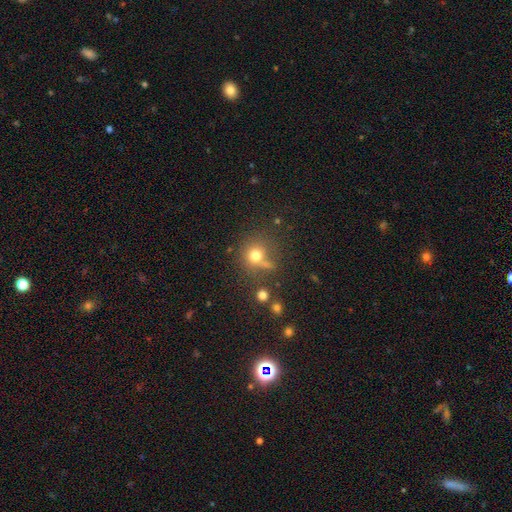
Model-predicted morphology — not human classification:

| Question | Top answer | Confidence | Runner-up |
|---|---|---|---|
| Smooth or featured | smooth | 74% | star or artifact (17%) |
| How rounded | round | 87% | in between (12%) |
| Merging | none | 61% | minor disturbance (15%) |